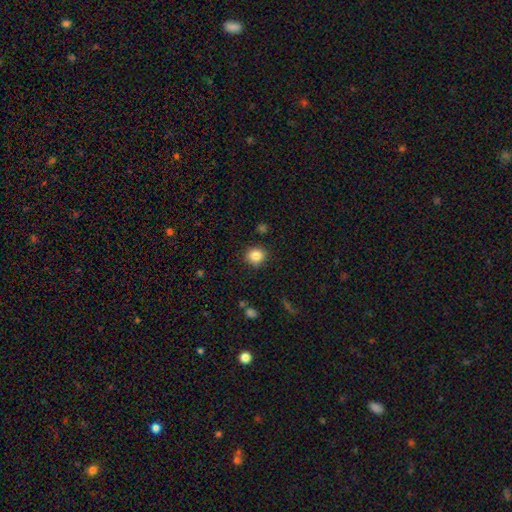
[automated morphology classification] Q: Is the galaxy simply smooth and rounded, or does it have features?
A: smooth — 85%.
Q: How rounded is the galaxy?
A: round — 84%.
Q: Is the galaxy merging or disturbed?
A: none — 89%.